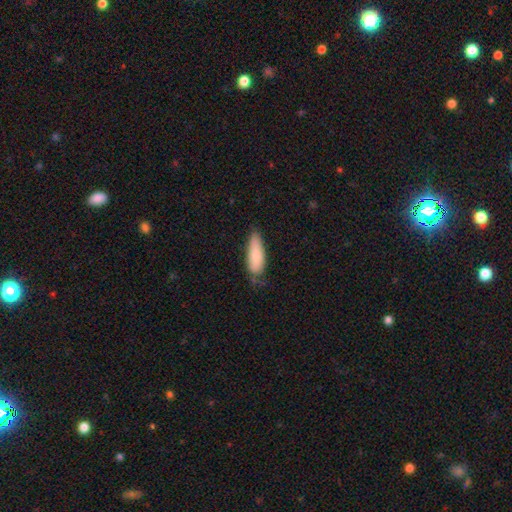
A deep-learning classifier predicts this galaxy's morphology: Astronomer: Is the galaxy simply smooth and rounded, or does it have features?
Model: smooth — 83%.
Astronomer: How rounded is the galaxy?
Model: in between — 58% (runner-up: cigar-shaped, 40%).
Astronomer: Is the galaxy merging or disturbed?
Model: none — 64%.